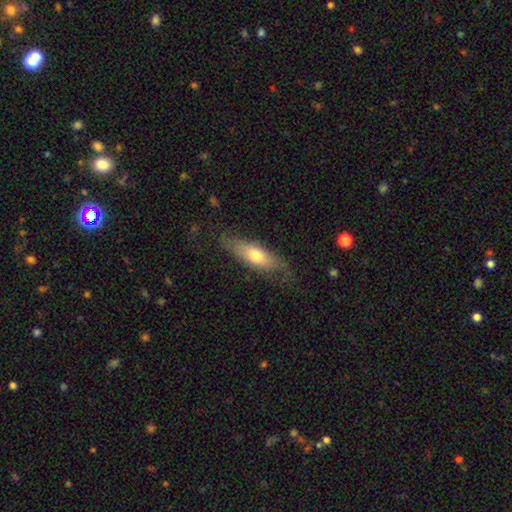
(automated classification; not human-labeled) smooth_or_featured: smooth (p=0.59) [alt: featured or disk p=0.35]
how_rounded: in between (p=0.50) [alt: cigar-shaped p=0.47]
merging: none (p=0.66) [alt: minor disturbance p=0.22]